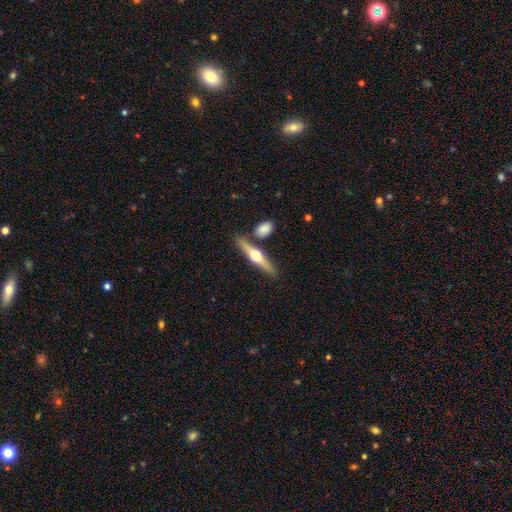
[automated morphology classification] smooth-or-featured: featured or disk: 66% | smooth: 29% | star or artifact: 5%
  disk-edge-on: yes: 96% | no: 4%
    edge-on-bulge: rounded: 95% | boxy: 3% | none: 2%
  merging: none: 79% | merger: 10% | minor disturbance: 9% | major disturbance: 2%